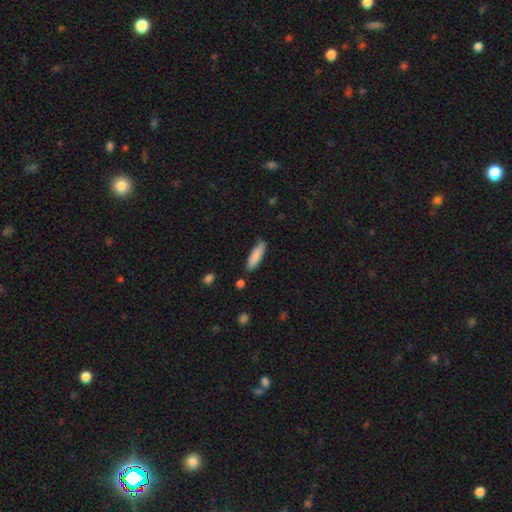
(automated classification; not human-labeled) This is clearly a smooth galaxy (86%). How rounded: possibly cigar-shaped (57%). Merging: likely none (77%).